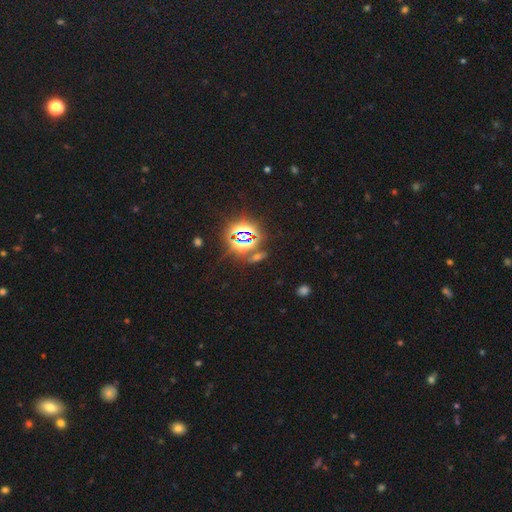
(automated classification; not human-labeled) star or artifact 79%, smooth 12%, featured or disk 8%.